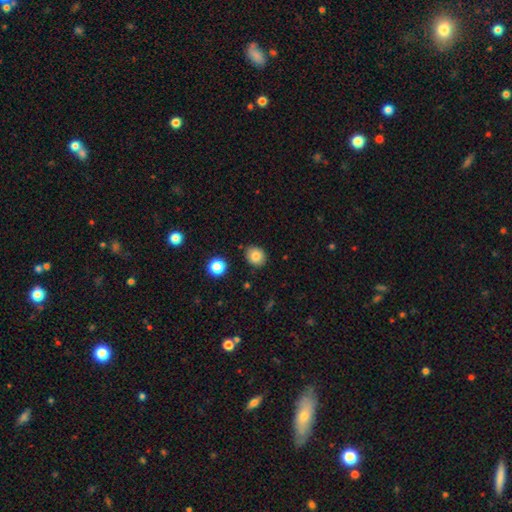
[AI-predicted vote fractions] smooth-or-featured: smooth: 84% | star or artifact: 10% | featured or disk: 6%
  how-rounded: round: 73% | in between: 26% | cigar-shaped: 1%
  merging: none: 86% | minor disturbance: 10% | merger: 2% | major disturbance: 2%